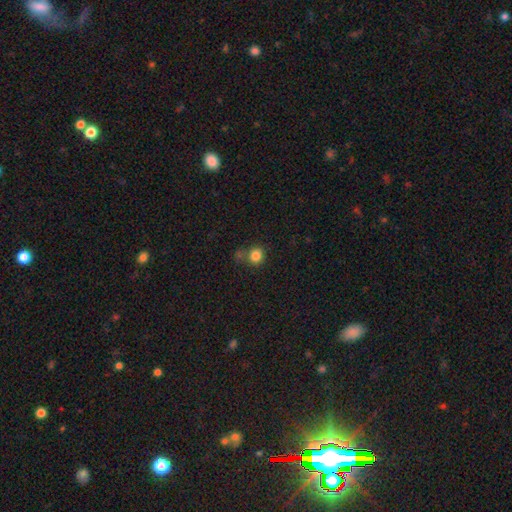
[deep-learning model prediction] Smooth or featured? smooth (83%)
How rounded? round (87%)
Merging? none (63%)